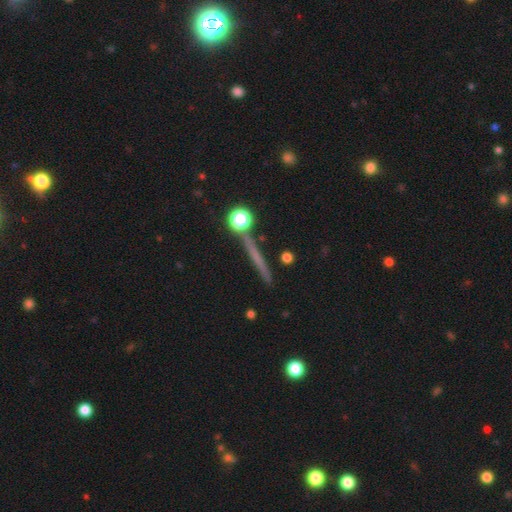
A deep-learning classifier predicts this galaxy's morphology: A featured or disk galaxy (44%). Merging: none (85%).